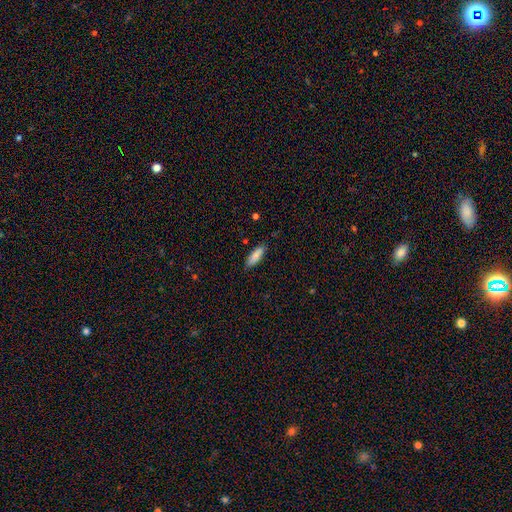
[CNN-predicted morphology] This is clearly a smooth galaxy (87%). How rounded: possibly in between (57%). Merging: clearly none (86%).